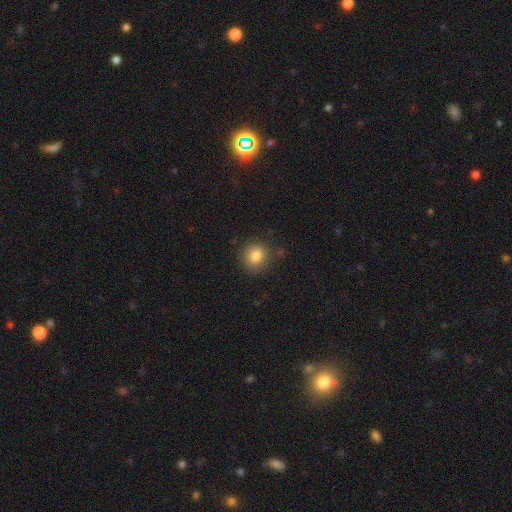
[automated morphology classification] Smooth or featured: smooth — 82% (star or artifact — 11%)
How rounded: round — 84% (in between — 15%)
Merging: none — 81% (minor disturbance — 13%)